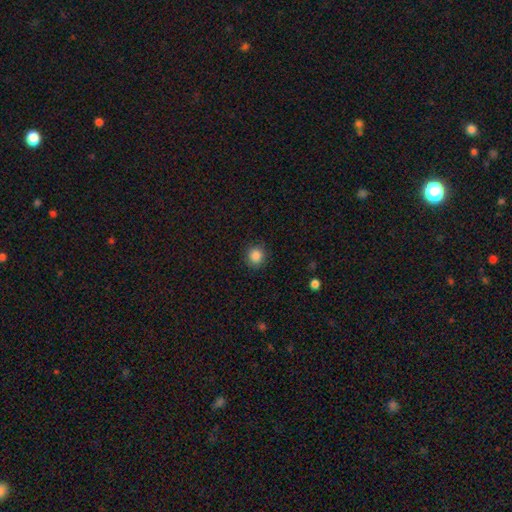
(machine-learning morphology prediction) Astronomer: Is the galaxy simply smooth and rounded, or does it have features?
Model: smooth — 86%.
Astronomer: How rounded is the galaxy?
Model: round — 89%.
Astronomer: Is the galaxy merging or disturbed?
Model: none — 88%.